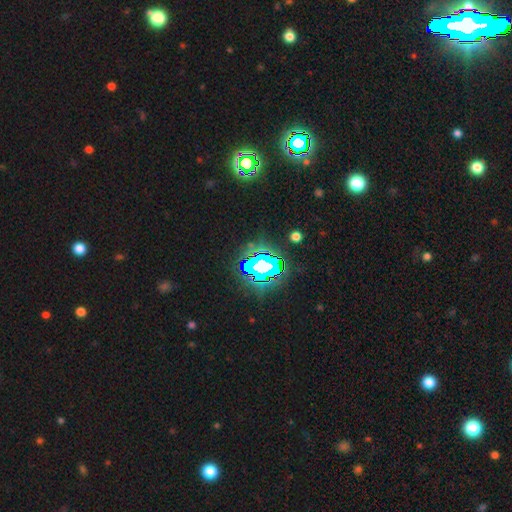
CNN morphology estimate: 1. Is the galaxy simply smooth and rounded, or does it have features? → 81% star or artifact, 11% smooth, 7% featured or disk.